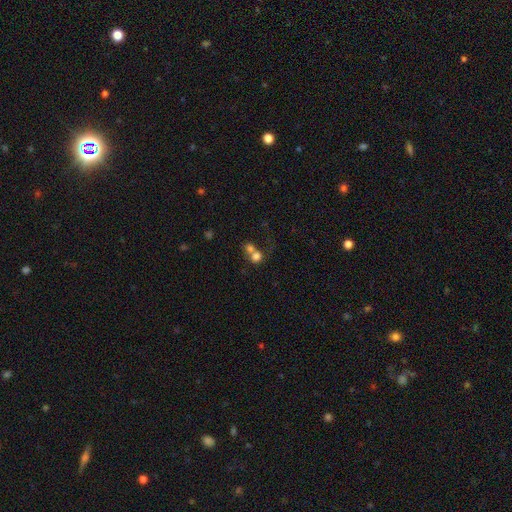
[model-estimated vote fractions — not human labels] This is likely a smooth galaxy (74%). How rounded: likely round (76%). Merging: likely merger (63%).